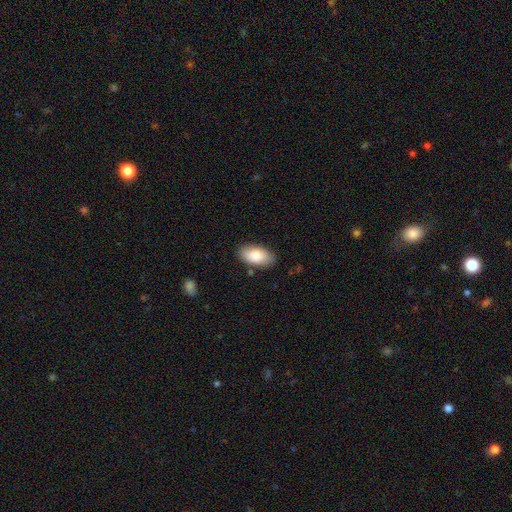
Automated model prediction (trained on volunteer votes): Smooth or featured? smooth (83%)
How rounded? in between (94%)
Merging? none (83%)